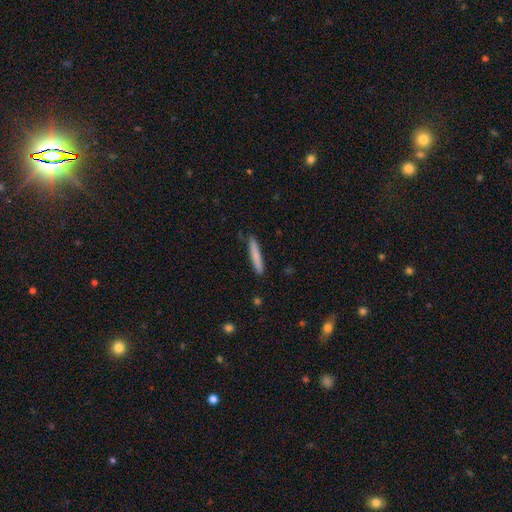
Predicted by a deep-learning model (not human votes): smooth-or-featured: smooth: 79% | featured or disk: 16% | star or artifact: 6%
  how-rounded: cigar-shaped: 95% | in between: 4% | round: 1%
  merging: none: 88% | minor disturbance: 9% | major disturbance: 2% | merger: 1%